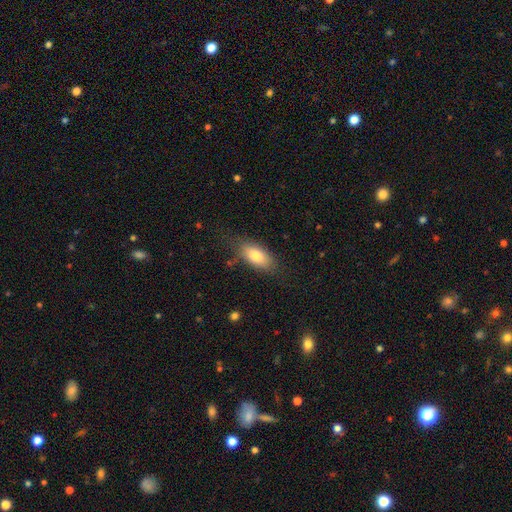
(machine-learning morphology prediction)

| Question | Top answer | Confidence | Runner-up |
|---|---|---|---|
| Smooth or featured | smooth | 79% | featured or disk (14%) |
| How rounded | in between | 88% | cigar-shaped (8%) |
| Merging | none | 76% | minor disturbance (17%) |